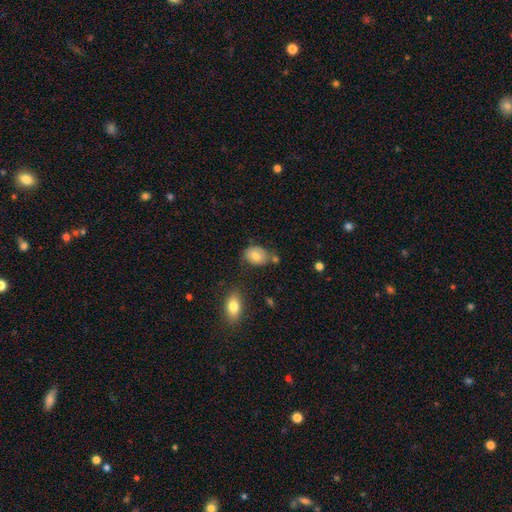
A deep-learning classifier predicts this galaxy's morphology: A smooth galaxy with no disk features (77%) that is in between round and cigar-shaped (67%). Merging: none (63%).